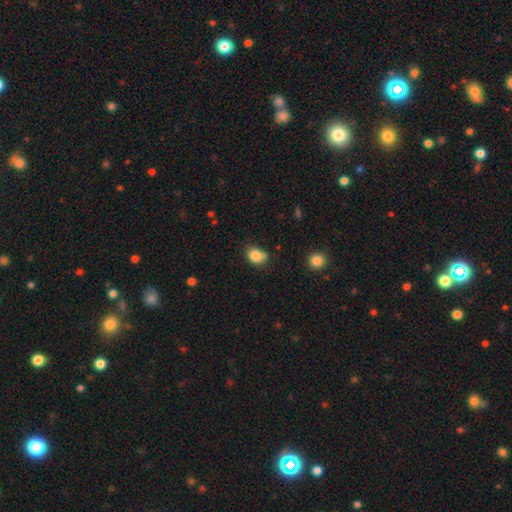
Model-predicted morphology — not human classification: type=smooth (84%); roundness=in between (56%); merging=none (61%).